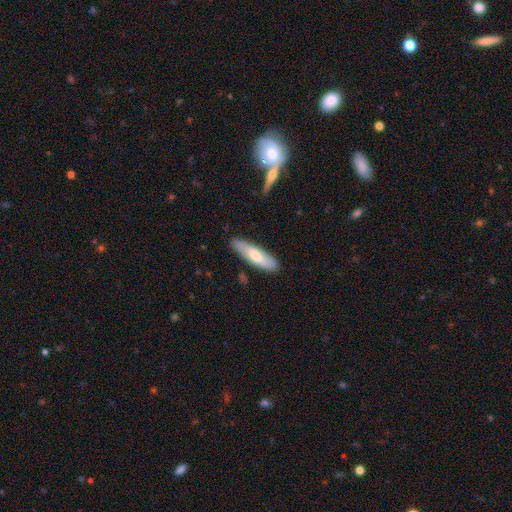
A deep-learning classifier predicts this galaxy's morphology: The model was most divided on "how rounded": cigar-shaped: 61%, in between: 37%, round: 2%. More confident: merging — none (84%); smooth or featured — smooth (64%).